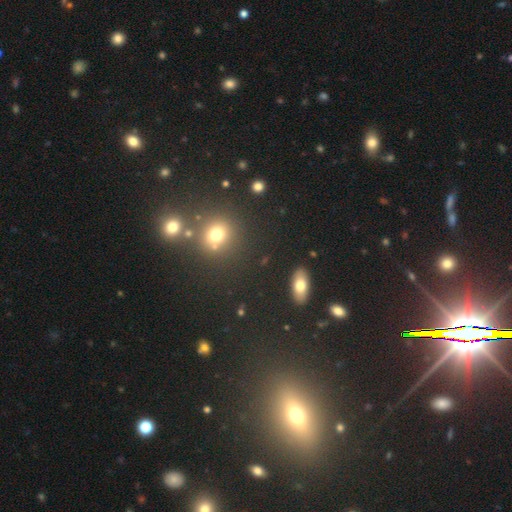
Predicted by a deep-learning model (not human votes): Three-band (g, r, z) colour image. It shows a star or artifact, not a galaxy (48%).